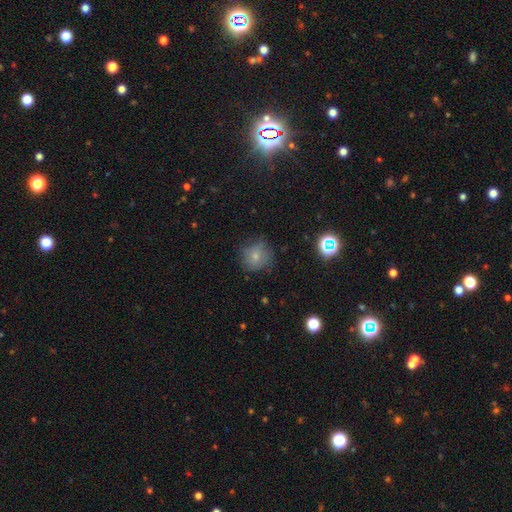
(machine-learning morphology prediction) This is likely a smooth galaxy (73%). How rounded: clearly round (85%). Merging: likely none (69%).